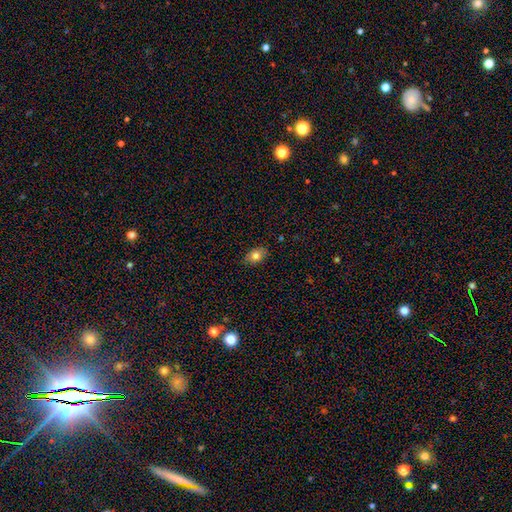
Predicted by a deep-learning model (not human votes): A smooth galaxy with no disk features (80%) that is in between round and cigar-shaped (80%).

Vote fractions:
- Smooth or featured? smooth: 80% / featured or disk: 10% / star or artifact: 9%
- How rounded? in between: 80% / round: 19% / cigar-shaped: 1%
- Merging? none: 86% / minor disturbance: 11% / major disturbance: 2% / merger: 1%